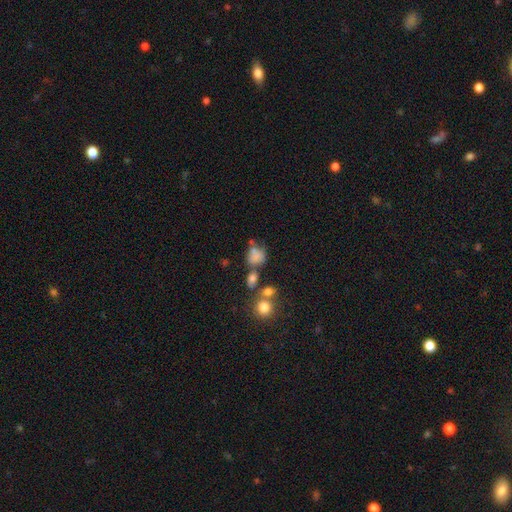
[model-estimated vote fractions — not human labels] This appears to be a smooth galaxy with no disk features (73%) that is in between round and cigar-shaped (51%). Merging: none (36%).